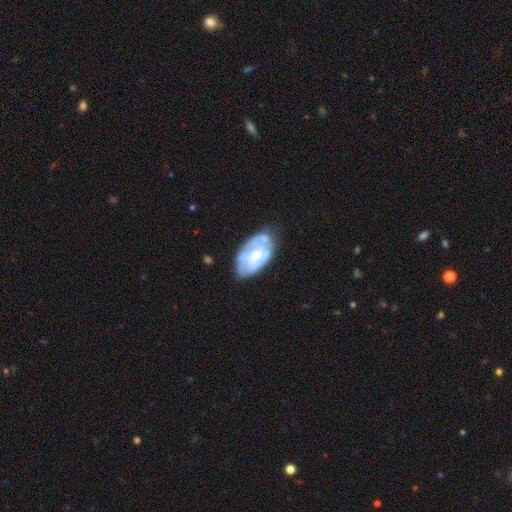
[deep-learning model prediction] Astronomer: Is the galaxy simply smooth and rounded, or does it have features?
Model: featured or disk — 70%.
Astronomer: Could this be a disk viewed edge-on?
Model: no — 96%.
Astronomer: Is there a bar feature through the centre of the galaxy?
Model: no — 57% (runner-up: weak, 35%).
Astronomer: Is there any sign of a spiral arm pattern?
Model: yes — 70%.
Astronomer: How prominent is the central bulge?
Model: small — 48% (runner-up: moderate, 45%).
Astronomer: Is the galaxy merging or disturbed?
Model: none — 62%.